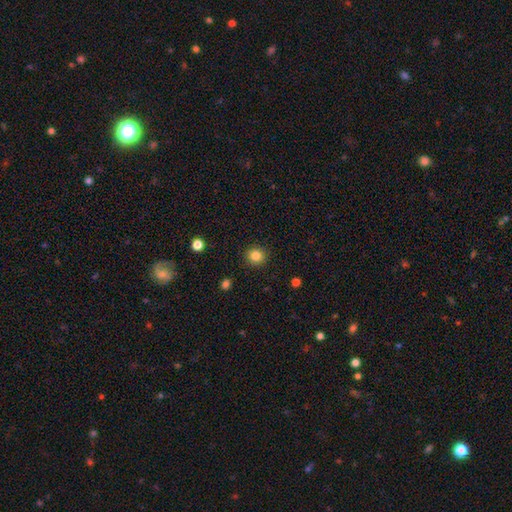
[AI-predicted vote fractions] Morphology: type=smooth (84%); roundness=round (90%); merging=none (91%).